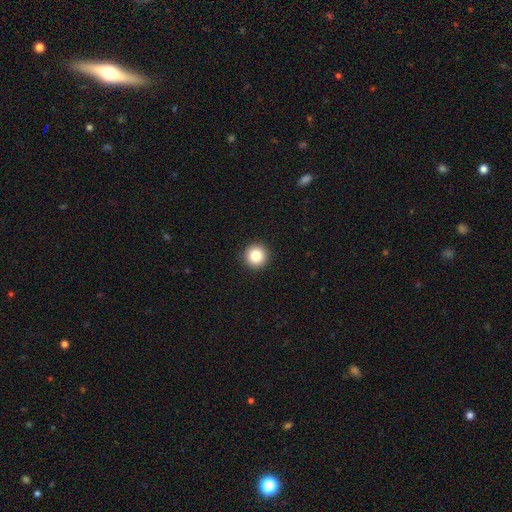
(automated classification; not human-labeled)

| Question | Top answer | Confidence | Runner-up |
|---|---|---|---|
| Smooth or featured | smooth | 84% | star or artifact (10%) |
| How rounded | round | 96% | in between (3%) |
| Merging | none | 93% | minor disturbance (4%) |